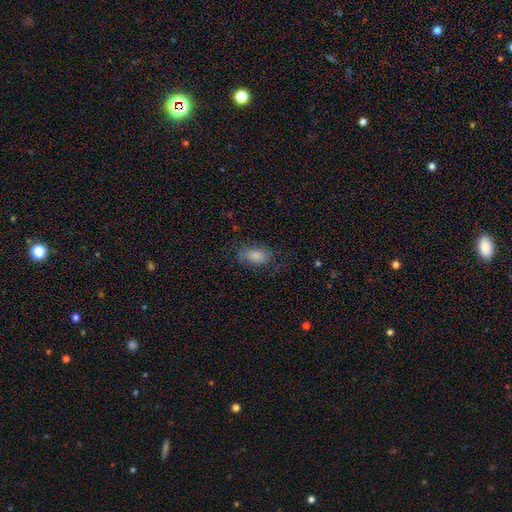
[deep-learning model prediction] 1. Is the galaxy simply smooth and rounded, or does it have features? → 67% smooth, 20% featured or disk, 13% star or artifact.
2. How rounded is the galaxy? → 86% in between, 10% round, 4% cigar-shaped.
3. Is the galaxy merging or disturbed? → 65% none, 21% minor disturbance, 12% major disturbance, 1% merger.